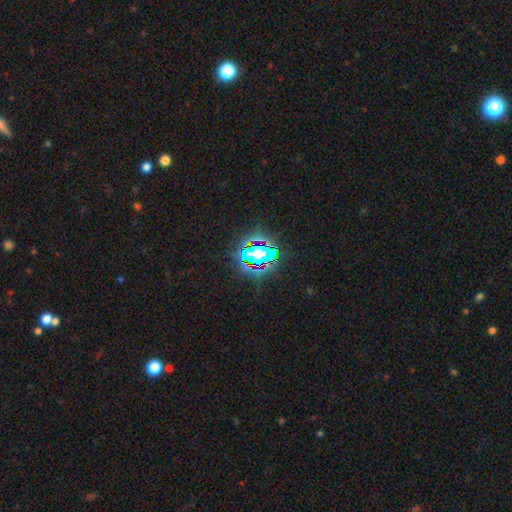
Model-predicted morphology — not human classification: Smooth or featured? Predicted: star or artifact (p=0.62).